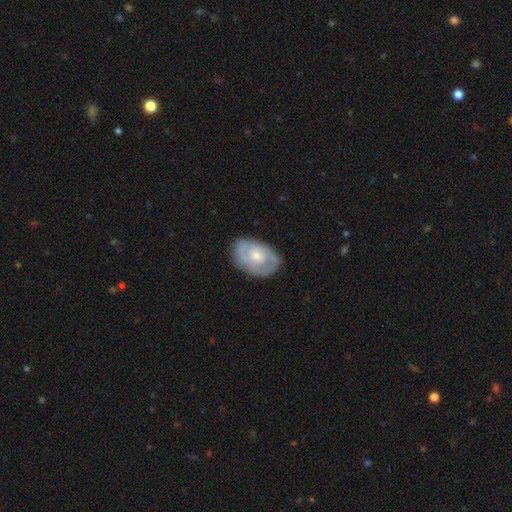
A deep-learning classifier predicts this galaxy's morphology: smooth-or-featured: featured or disk: 57% | smooth: 37% | star or artifact: 6%
  disk-edge-on: no: 96% | yes: 4%
    bar: no: 77% | weak: 20% | strong: 3%
    has-spiral-arms: yes: 63% | no: 37%
    bulge-size: moderate: 52% | small: 39% | large: 5% | none: 4% | dominant: 1%
  merging: none: 71% | minor disturbance: 21% | major disturbance: 6% | merger: 1%